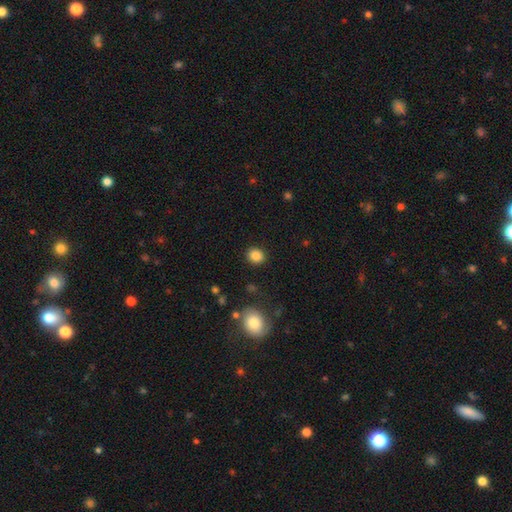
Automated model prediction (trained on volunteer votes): Overall: smooth (85%). How rounded: round (74%). Merging: none (89%).